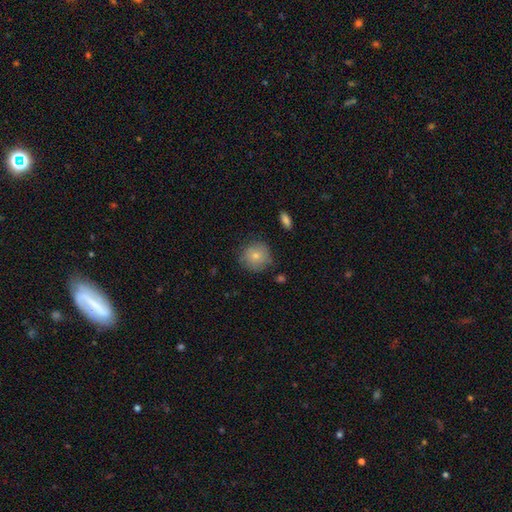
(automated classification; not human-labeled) Q: Smooth or featured?
A: smooth (78%); runner-up: featured or disk (14%)
Q: How rounded?
A: round (92%); runner-up: in between (7%)
Q: Merging?
A: none (78%); runner-up: minor disturbance (16%)